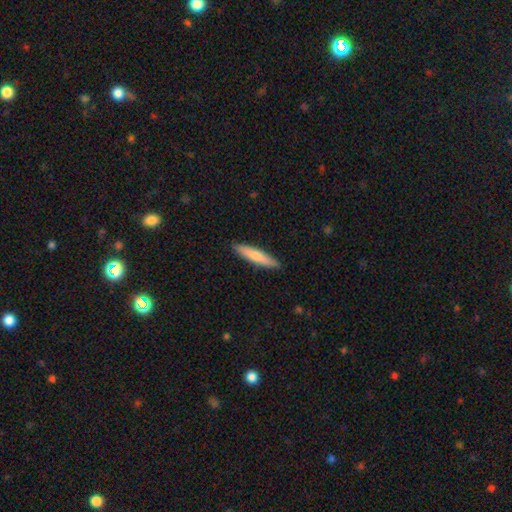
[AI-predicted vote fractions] A smooth galaxy with no disk features (72%) that is cigar-shaped (88%).

Vote fractions:
- Smooth or featured? smooth: 72% / featured or disk: 23% / star or artifact: 5%
- How rounded? cigar-shaped: 88% / in between: 11% / round: 1%
- Merging? none: 90% / minor disturbance: 8% / major disturbance: 1% / merger: 1%